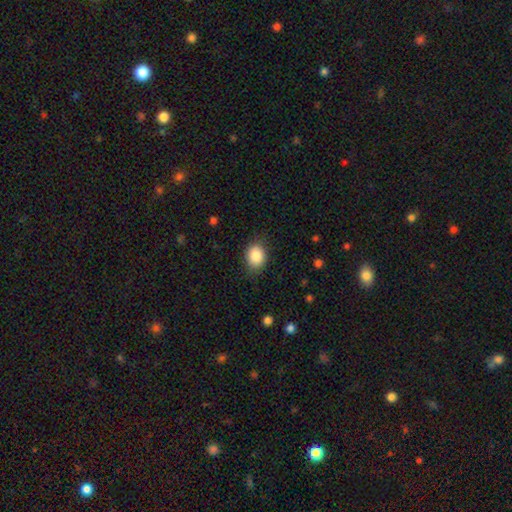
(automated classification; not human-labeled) Q: Smooth or featured?
A: smooth (86%); runner-up: star or artifact (8%)
Q: How rounded?
A: in between (55%); runner-up: round (44%)
Q: Merging?
A: none (83%); runner-up: minor disturbance (13%)